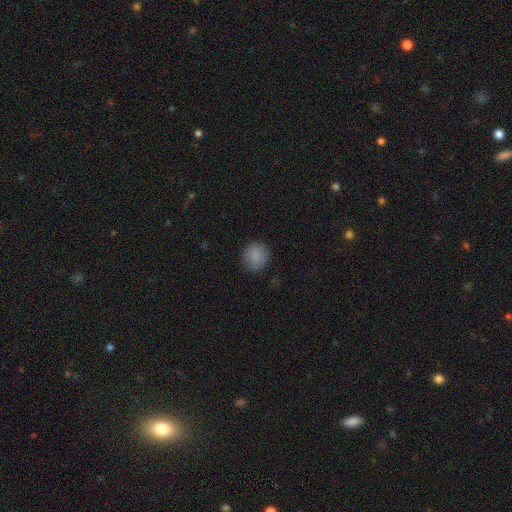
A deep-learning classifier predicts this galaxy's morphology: Q: Smooth or featured?
A: smooth (86%); runner-up: star or artifact (9%)
Q: How rounded?
A: round (83%); runner-up: in between (16%)
Q: Merging?
A: none (86%); runner-up: minor disturbance (10%)